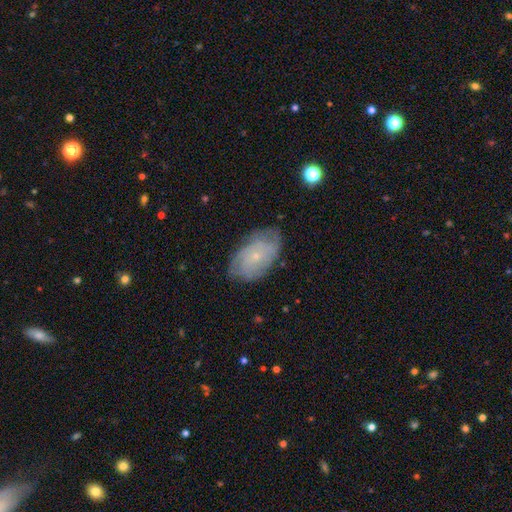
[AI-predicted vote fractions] smooth_or_featured: featured or disk (p=0.58) [alt: smooth p=0.34]
disk_edge_on: no (p=0.95) [alt: yes p=0.05]
bar: no (p=0.85) [alt: weak p=0.13]
has_spiral_arms: yes (p=0.75) [alt: no p=0.25]
bulge_size: small (p=0.84) [alt: moderate p=0.12]
merging: none (p=0.69) [alt: minor disturbance p=0.22]